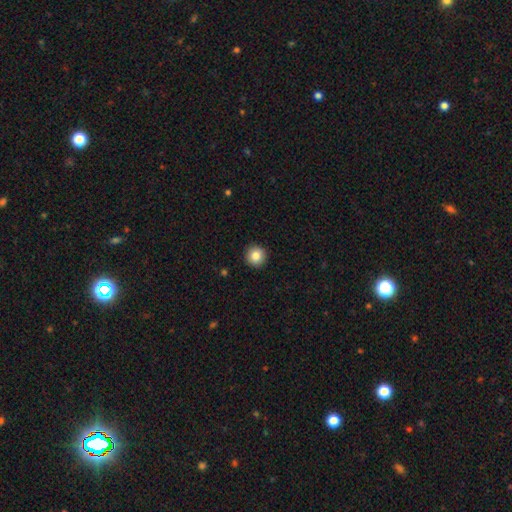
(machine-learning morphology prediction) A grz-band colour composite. It shows a smooth galaxy with no disk features (85%) that is round (95%). Merging: none (93%).